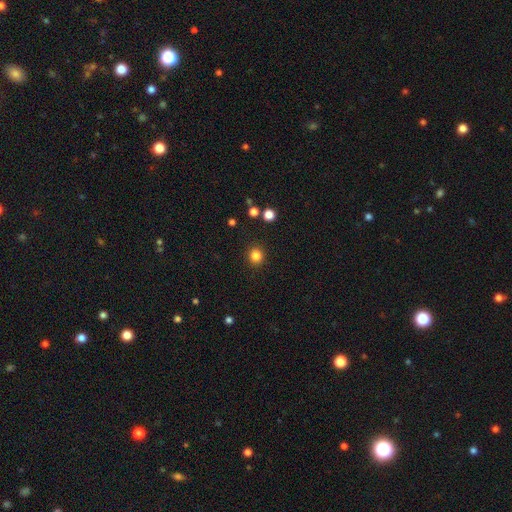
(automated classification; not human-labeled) smooth-or-featured: smooth: 84% | star or artifact: 12% | featured or disk: 4%
  how-rounded: round: 91% | in between: 8% | cigar-shaped: 1%
  merging: none: 91% | minor disturbance: 6% | major disturbance: 2% | merger: 2%